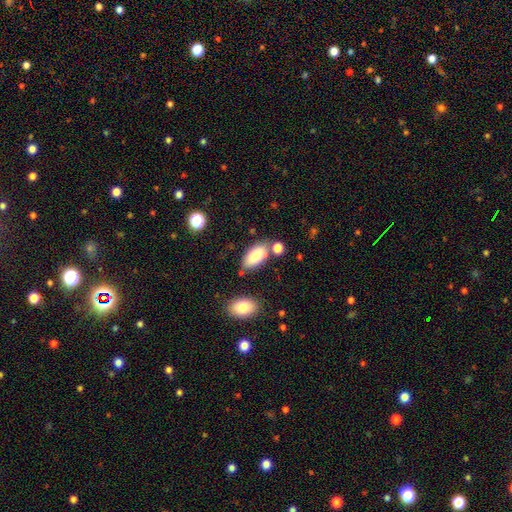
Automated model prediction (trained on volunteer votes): smooth-or-featured: smooth: 79% | featured or disk: 13% | star or artifact: 8%
  how-rounded: in between: 92% | cigar-shaped: 5% | round: 3%
  merging: none: 69% | minor disturbance: 16% | merger: 12% | major disturbance: 4%